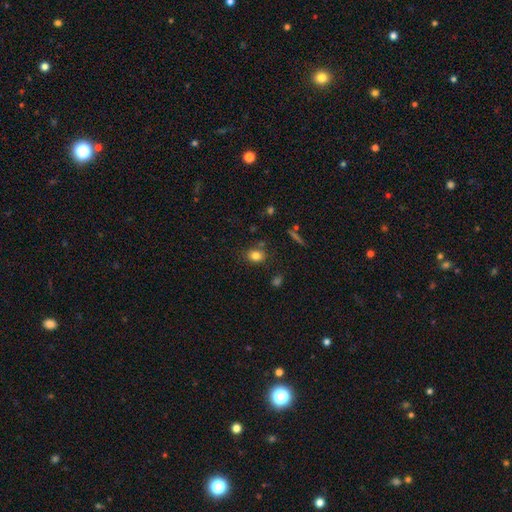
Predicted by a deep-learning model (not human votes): Overall: smooth (81%). How rounded: in between (54%; round 44%). Merging: none (79%).